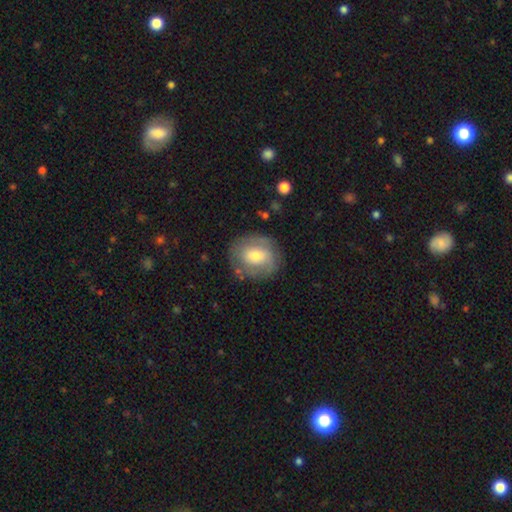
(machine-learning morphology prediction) smooth_or_featured: smooth (p=0.56) [alt: featured or disk p=0.37]
how_rounded: round (p=0.70) [alt: in between p=0.29]
merging: none (p=0.77) [alt: minor disturbance p=0.15]